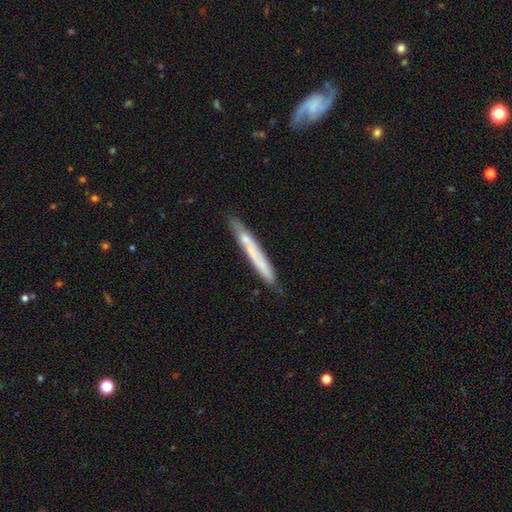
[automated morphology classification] A smooth galaxy with no disk features (54%) that is cigar-shaped (96%).

Vote fractions:
- Smooth or featured? smooth: 54% / featured or disk: 39% / star or artifact: 7%
- How rounded? cigar-shaped: 96% / in between: 3% / round: 1%
- Merging? none: 77% / minor disturbance: 16% / merger: 4% / major disturbance: 3%